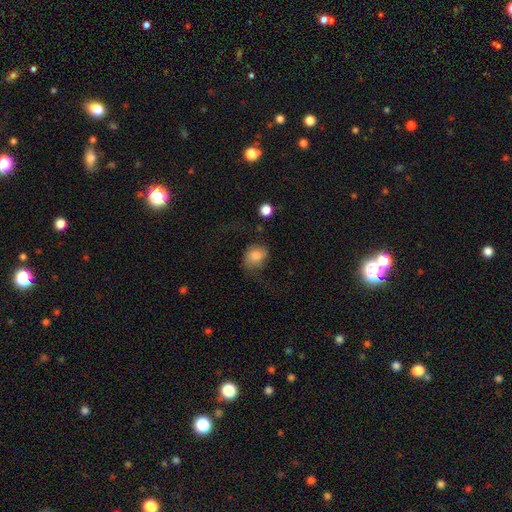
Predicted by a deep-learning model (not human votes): smooth-or-featured: smooth: 78% | featured or disk: 12% | star or artifact: 9%
  how-rounded: round: 55% | in between: 44% | cigar-shaped: 1%
  merging: none: 54% | minor disturbance: 25% | major disturbance: 18% | merger: 3%